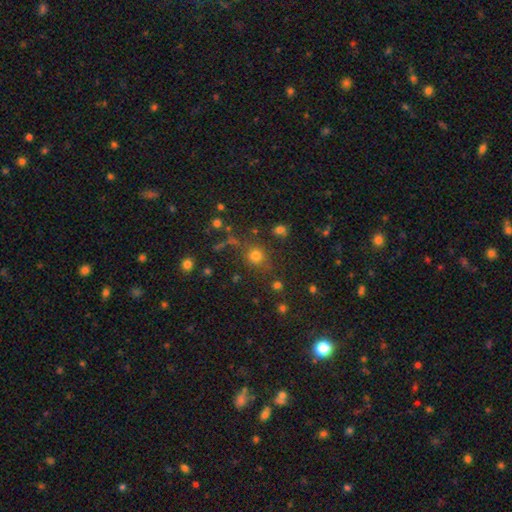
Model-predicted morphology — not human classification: smooth_or_featured: smooth (p=0.74) [alt: star or artifact p=0.18]
how_rounded: round (p=0.88) [alt: in between p=0.11]
merging: none (p=0.77) [alt: minor disturbance p=0.11]